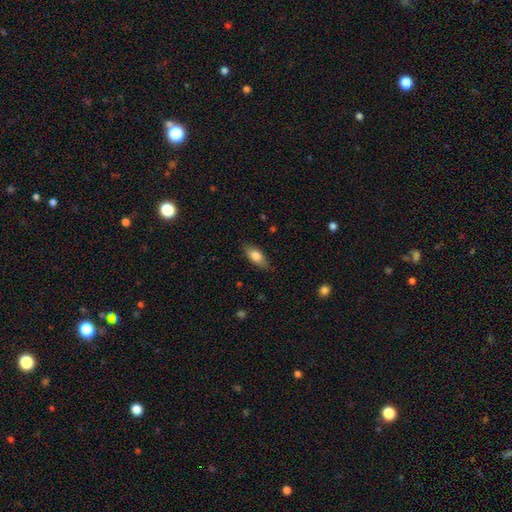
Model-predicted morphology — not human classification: smooth-or-featured: smooth: 79% | featured or disk: 15% | star or artifact: 7%
  how-rounded: in between: 81% | cigar-shaped: 16% | round: 3%
  merging: none: 82% | minor disturbance: 14% | major disturbance: 3% | merger: 1%